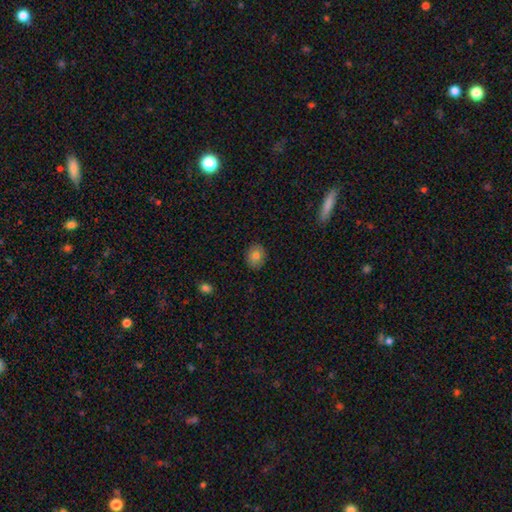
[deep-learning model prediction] Morphology: type=smooth (80%); roundness=round (55%); merging=none (89%).